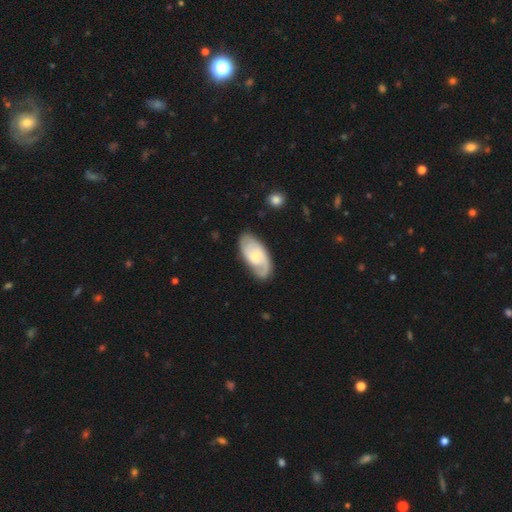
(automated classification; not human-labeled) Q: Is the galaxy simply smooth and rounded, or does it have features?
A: featured or disk — 62%.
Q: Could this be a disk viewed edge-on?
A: no — 94%.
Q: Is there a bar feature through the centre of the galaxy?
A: no — 55%.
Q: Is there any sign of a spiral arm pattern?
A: yes — 88%.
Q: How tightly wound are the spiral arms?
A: medium — 41%.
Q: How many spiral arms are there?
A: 2 — 50%.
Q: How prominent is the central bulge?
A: small — 53%.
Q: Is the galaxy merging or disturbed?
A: none — 67%.